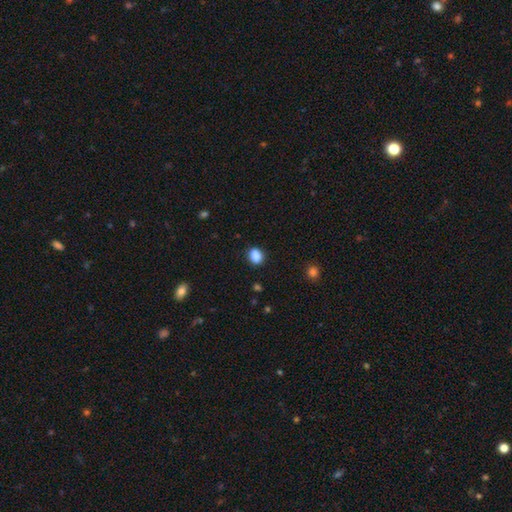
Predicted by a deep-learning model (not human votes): smooth-or-featured: smooth: 86% | star or artifact: 10% | featured or disk: 4%
  how-rounded: in between: 57% | round: 41% | cigar-shaped: 1%
  merging: none: 79% | minor disturbance: 14% | major disturbance: 3% | merger: 3%